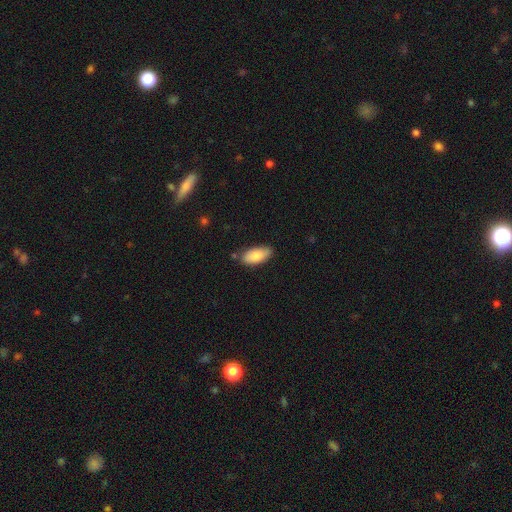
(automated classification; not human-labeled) smooth-or-featured: smooth: 85% | featured or disk: 9% | star or artifact: 6%
  how-rounded: in between: 90% | cigar-shaped: 8% | round: 2%
  merging: none: 80% | minor disturbance: 15% | merger: 3% | major disturbance: 2%